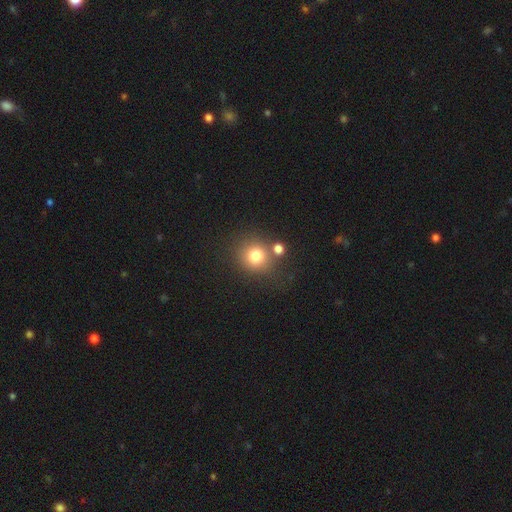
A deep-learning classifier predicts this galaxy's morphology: Smooth or featured: smooth — 78% (star or artifact — 13%)
How rounded: round — 87% (in between — 12%)
Merging: none — 66% (merger — 19%)